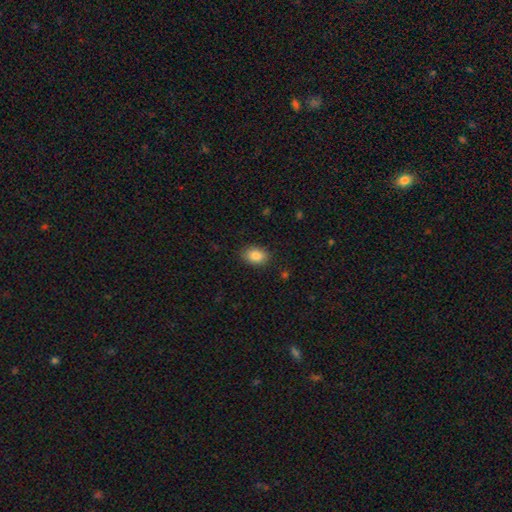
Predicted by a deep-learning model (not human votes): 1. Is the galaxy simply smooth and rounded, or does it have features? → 87% smooth, 8% star or artifact, 5% featured or disk.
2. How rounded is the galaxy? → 77% in between, 21% round, 1% cigar-shaped.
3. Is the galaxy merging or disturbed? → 86% none, 11% minor disturbance, 3% major disturbance, 1% merger.